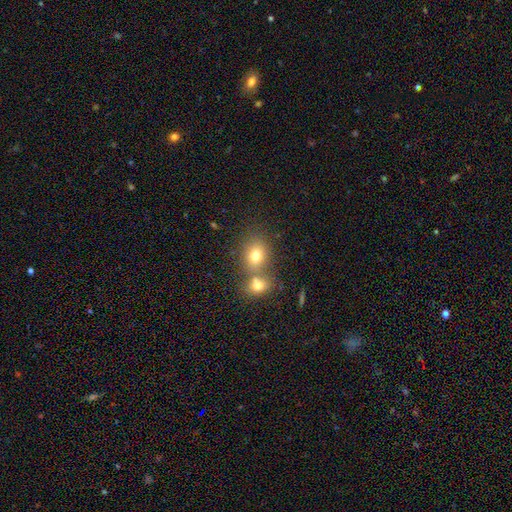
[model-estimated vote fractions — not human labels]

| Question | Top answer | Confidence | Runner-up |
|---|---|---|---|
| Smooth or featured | smooth | 75% | star or artifact (13%) |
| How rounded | round | 58% | in between (41%) |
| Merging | none | 48% | merger (40%) |